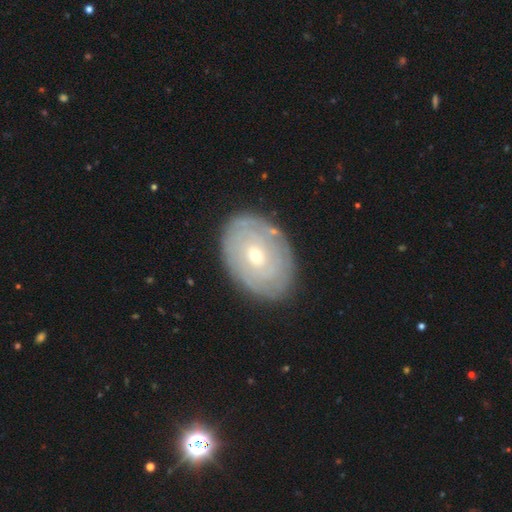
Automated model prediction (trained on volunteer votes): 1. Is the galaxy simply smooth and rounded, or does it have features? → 65% featured or disk, 28% smooth, 7% star or artifact.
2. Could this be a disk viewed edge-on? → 95% no, 5% yes.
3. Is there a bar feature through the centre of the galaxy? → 78% no, 18% weak, 4% strong.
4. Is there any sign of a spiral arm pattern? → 69% yes, 31% no.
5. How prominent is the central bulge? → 59% small, 37% moderate, 2% large, 1% none, 1% dominant.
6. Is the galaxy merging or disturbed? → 83% none, 12% minor disturbance, 3% major disturbance, 2% merger.